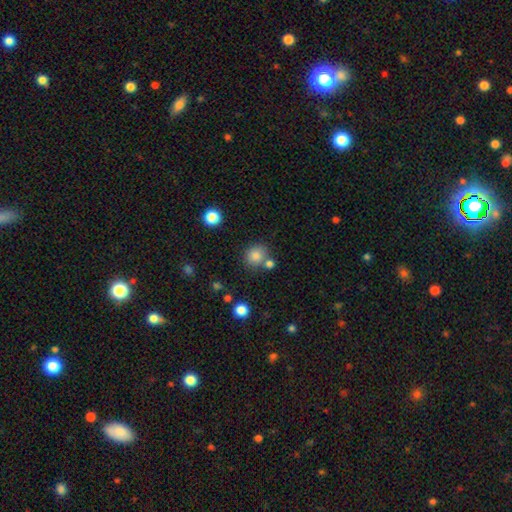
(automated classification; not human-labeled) Morphology: type=smooth (82%); roundness=round (83%); merging=none (71%).